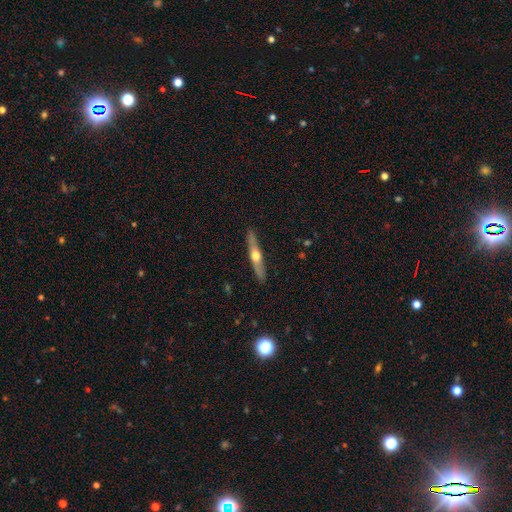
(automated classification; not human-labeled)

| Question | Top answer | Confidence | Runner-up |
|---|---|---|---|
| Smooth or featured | featured or disk | 63% | smooth (31%) |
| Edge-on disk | yes | 95% | no (5%) |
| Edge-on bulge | rounded | 93% | none (5%) |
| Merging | none | 90% | minor disturbance (8%) |